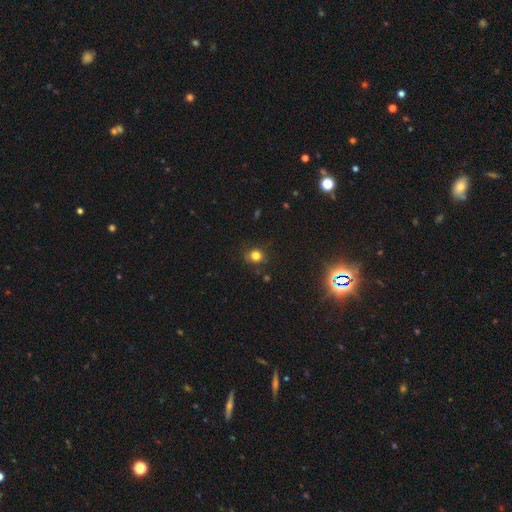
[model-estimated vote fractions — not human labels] smooth_or_featured: smooth (p=0.77) [alt: star or artifact p=0.16]
how_rounded: round (p=0.73) [alt: in between p=0.26]
merging: none (p=0.79) [alt: minor disturbance p=0.15]